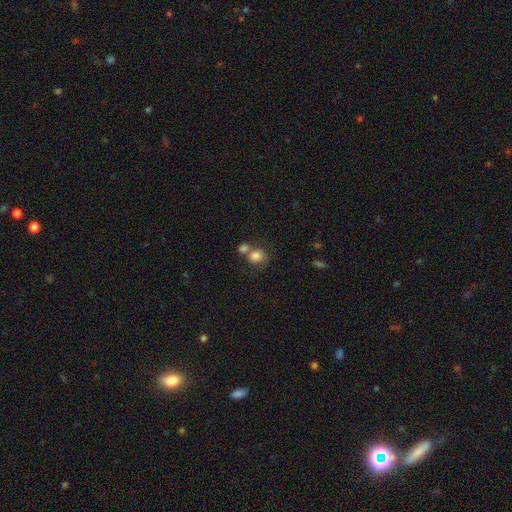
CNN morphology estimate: Smooth or featured: smooth — 81% (star or artifact — 10%)
How rounded: round — 72% (in between — 27%)
Merging: merger — 45% (none — 39%)